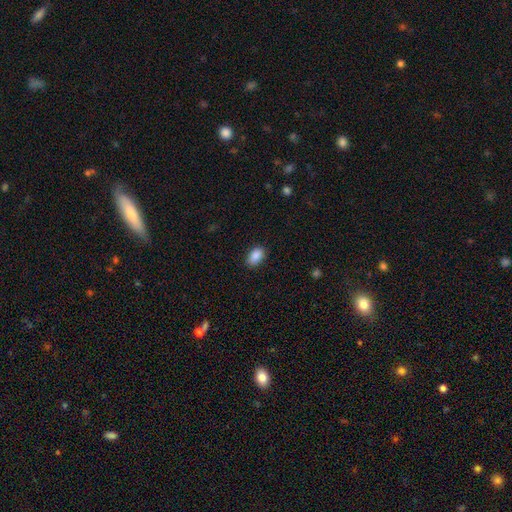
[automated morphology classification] This appears to be a smooth galaxy with no disk features (88%) that is in between round and cigar-shaped (90%). Merging: none (87%).